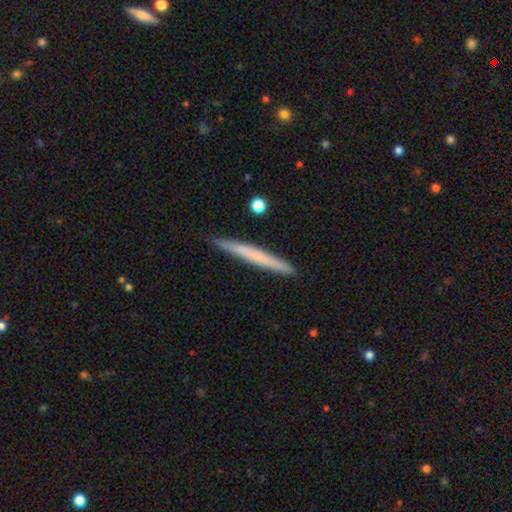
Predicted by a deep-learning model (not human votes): smooth-or-featured: smooth: 56% | featured or disk: 39% | star or artifact: 6%
  how-rounded: cigar-shaped: 97% | in between: 2% | round: 1%
  merging: none: 91% | minor disturbance: 7% | merger: 1% | major disturbance: 1%